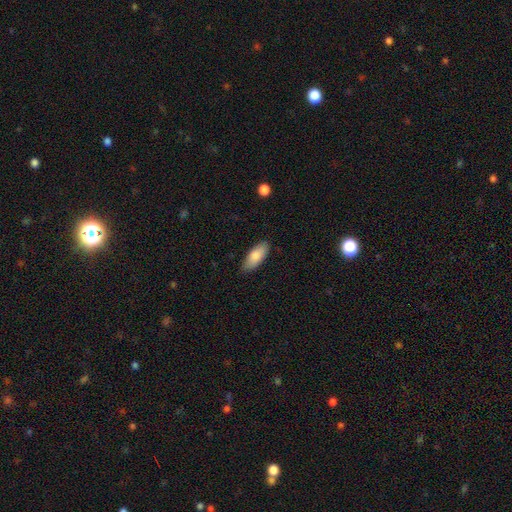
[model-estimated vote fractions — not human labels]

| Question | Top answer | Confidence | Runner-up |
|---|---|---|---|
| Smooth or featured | smooth | 84% | featured or disk (11%) |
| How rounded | in between | 80% | cigar-shaped (18%) |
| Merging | none | 84% | minor disturbance (13%) |